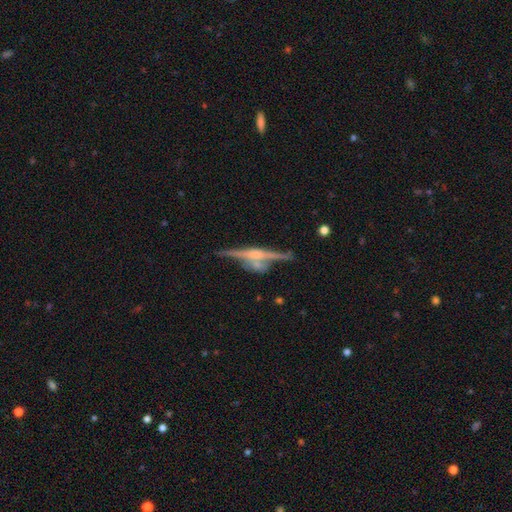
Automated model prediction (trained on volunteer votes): This appears to be a featured or disk galaxy (76%) viewed edge-on (95%) with a rounded central bulge (60%). Merging: none (61%).